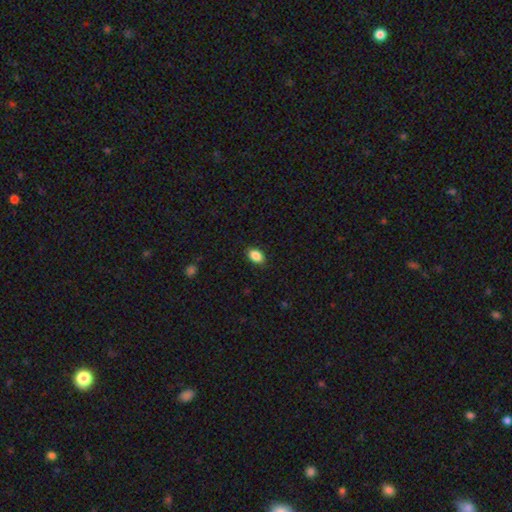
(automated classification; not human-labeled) Smooth or featured: smooth — 88% (star or artifact — 8%)
How rounded: in between — 88% (round — 11%)
Merging: none — 88% (minor disturbance — 9%)